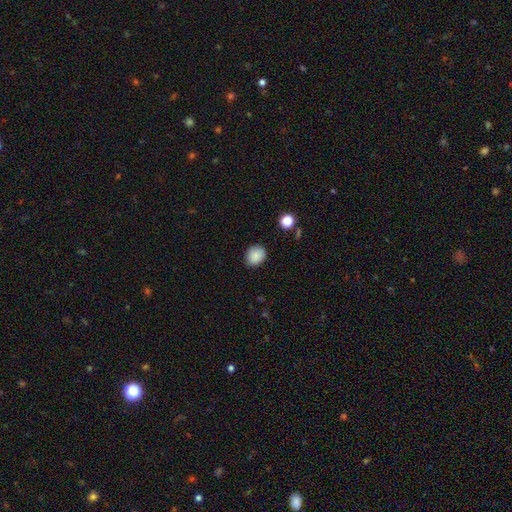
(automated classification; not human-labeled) smooth-or-featured: smooth: 87% | star or artifact: 9% | featured or disk: 4%
  how-rounded: round: 67% | in between: 32% | cigar-shaped: 1%
  merging: none: 85% | minor disturbance: 11% | major disturbance: 2% | merger: 1%